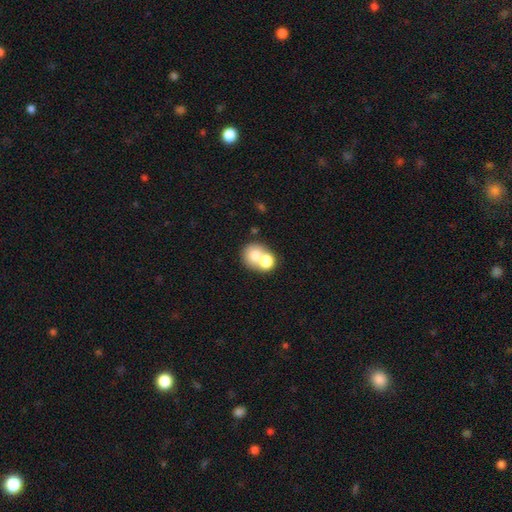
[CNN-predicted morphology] Smooth or featured: smooth — 70% (featured or disk — 19%)
How rounded: round — 71% (in between — 28%)
Merging: merger — 61% (none — 29%)